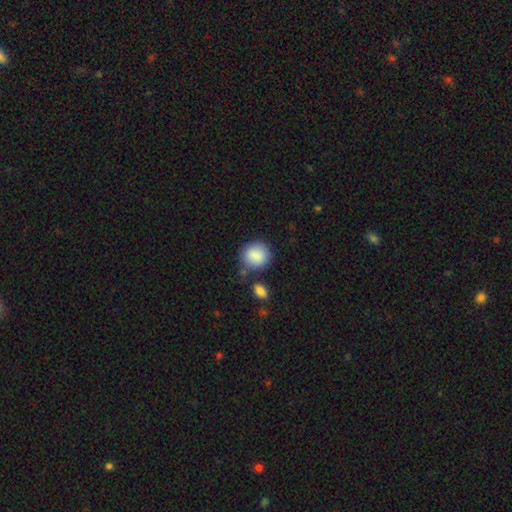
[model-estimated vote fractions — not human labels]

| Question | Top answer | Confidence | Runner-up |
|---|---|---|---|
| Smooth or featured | smooth | 88% | star or artifact (7%) |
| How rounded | round | 77% | in between (22%) |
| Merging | none | 71% | minor disturbance (16%) |